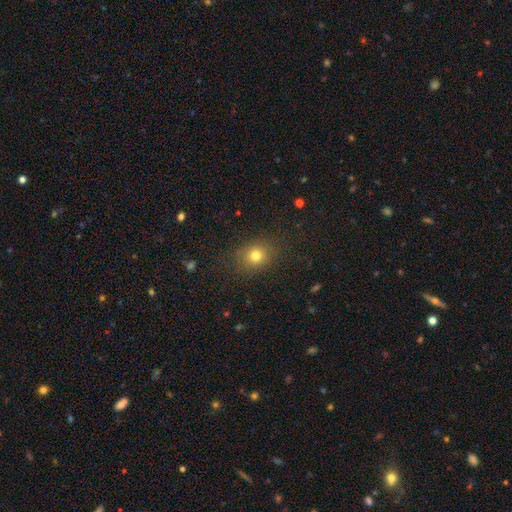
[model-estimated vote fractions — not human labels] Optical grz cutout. It shows a smooth galaxy with no disk features (76%) that is round (68%). Merging: none (84%).